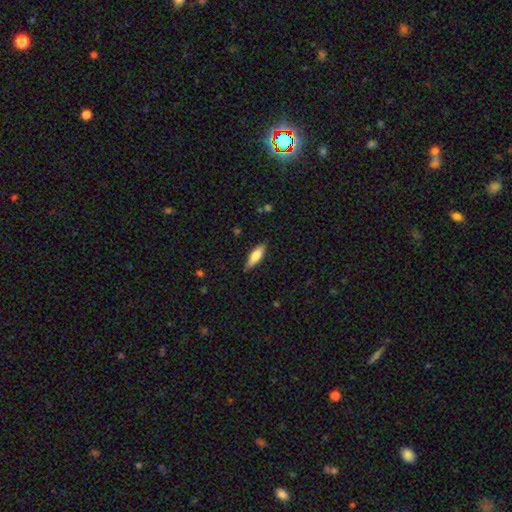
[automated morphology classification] type=smooth (74%); roundness=in between (50%); merging=none (81%).